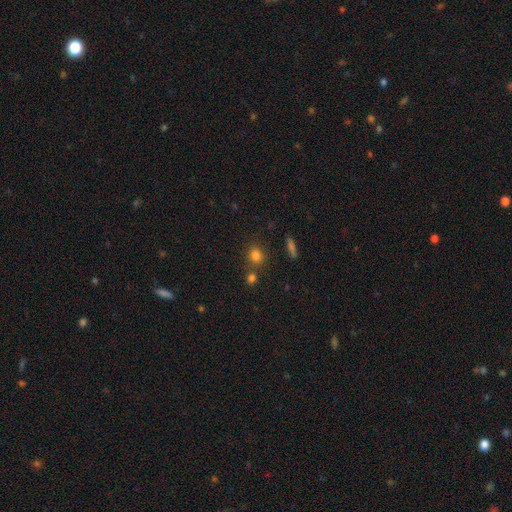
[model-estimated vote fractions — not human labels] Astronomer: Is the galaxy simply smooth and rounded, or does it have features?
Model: smooth — 80%.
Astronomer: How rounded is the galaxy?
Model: round — 71%.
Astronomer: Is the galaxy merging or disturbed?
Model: none — 72%.